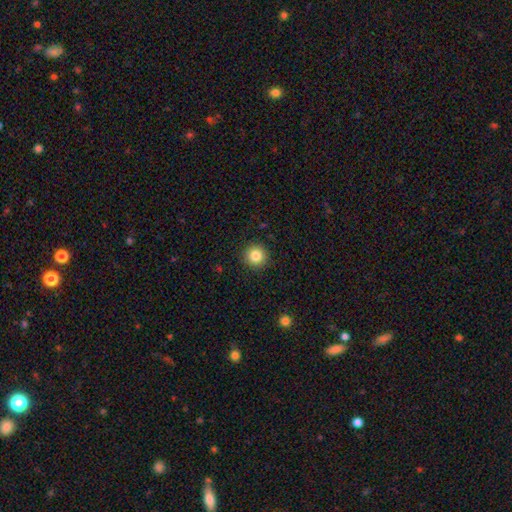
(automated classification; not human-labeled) Q: Smooth or featured?
A: smooth (84%); runner-up: star or artifact (11%)
Q: How rounded?
A: round (95%); runner-up: in between (4%)
Q: Merging?
A: none (91%); runner-up: minor disturbance (6%)